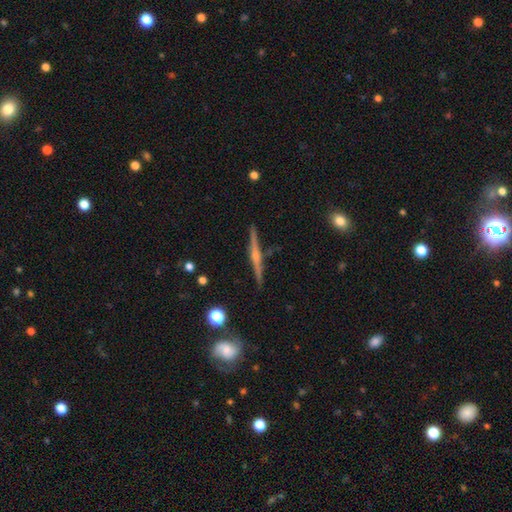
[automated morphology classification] Smooth or featured: featured or disk — 79% (smooth — 14%)
Edge-on disk: yes — 98% (no — 2%)
Edge-on bulge: rounded — 77% (none — 12%)
Merging: none — 89% (minor disturbance — 7%)